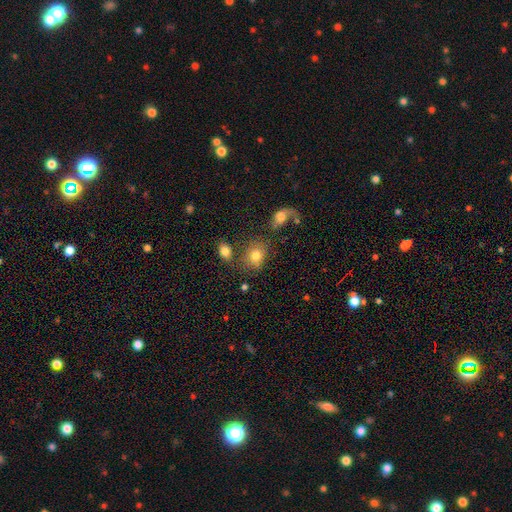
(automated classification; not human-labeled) This is likely a smooth galaxy (78%). How rounded: possibly in between (52%). Merging: possibly none (60%).